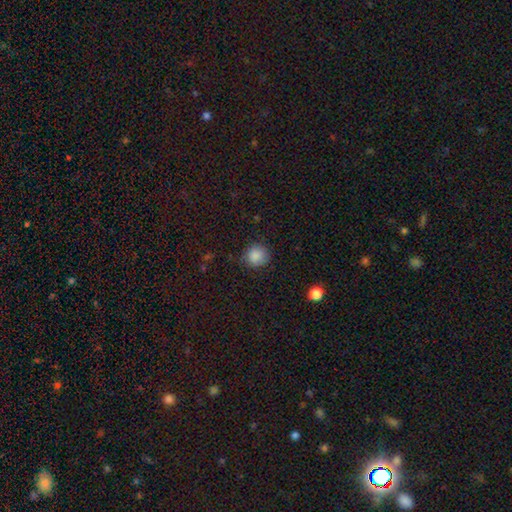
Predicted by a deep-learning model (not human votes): Smooth or featured? Predicted: smooth (p=0.87). How rounded? Predicted: round (p=0.88). Merging? Predicted: none (p=0.82).